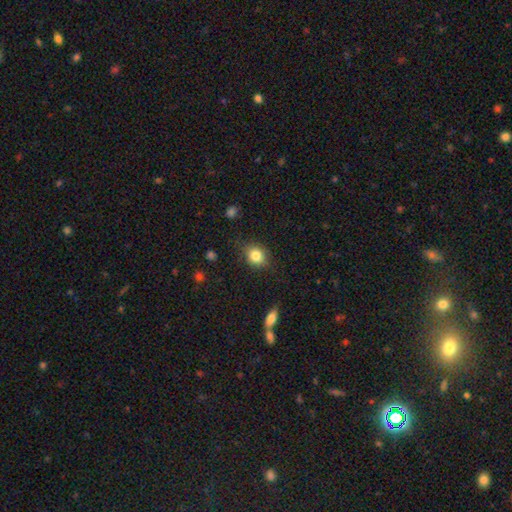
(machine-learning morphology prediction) Smooth or featured? Predicted: smooth (p=0.82). How rounded? Predicted: round (p=0.60). Merging? Predicted: none (p=0.81).